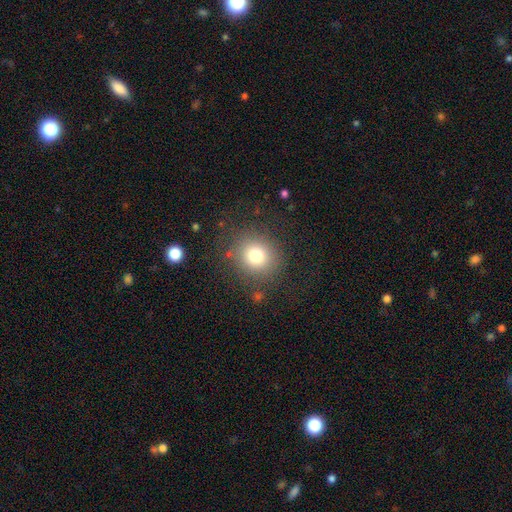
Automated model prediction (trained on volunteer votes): Q: Smooth or featured?
A: smooth (77%); runner-up: star or artifact (13%)
Q: How rounded?
A: round (85%); runner-up: in between (14%)
Q: Merging?
A: none (82%); runner-up: minor disturbance (10%)